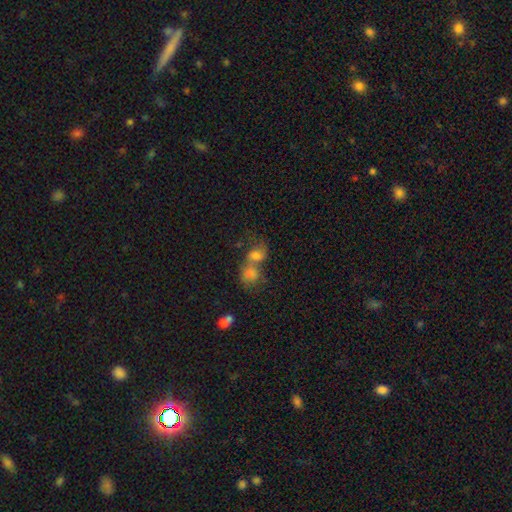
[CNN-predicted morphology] Smooth or featured? Predicted: smooth (p=0.50). How rounded? Predicted: round (p=0.59). Merging? Predicted: merger (p=0.56).